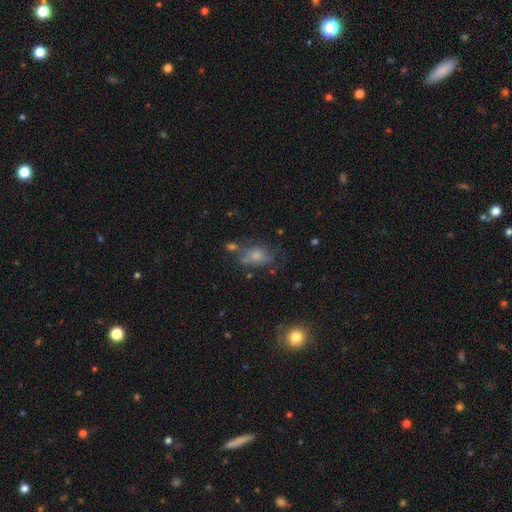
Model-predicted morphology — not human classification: The model was most divided on "merging": none: 52%, minor disturbance: 23%, merger: 13%, major disturbance: 12%. More confident: how rounded — in between (73%); smooth or featured — smooth (62%).